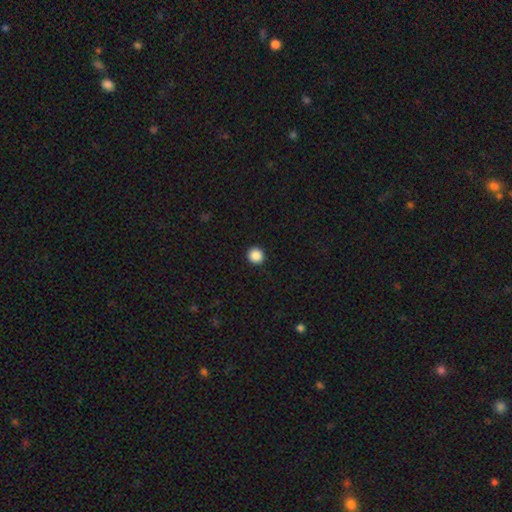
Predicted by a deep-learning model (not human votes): smooth-or-featured: smooth: 88% | star or artifact: 9% | featured or disk: 2%
  how-rounded: round: 95% | in between: 4% | cigar-shaped: 1%
  merging: none: 93% | minor disturbance: 4% | major disturbance: 2% | merger: 1%